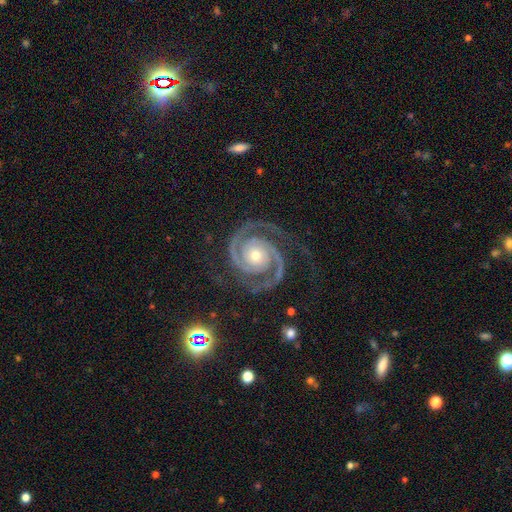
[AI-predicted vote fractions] Smooth or featured? Predicted: featured or disk (p=0.94). Edge-on disk? Predicted: no (p=0.98). Bar? Predicted: no (p=0.78). Spiral arms? Predicted: yes (p=0.99). Spiral winding? Predicted: tight (p=0.65). Spiral arm count? Predicted: 2 (p=0.92). Bulge size? Predicted: moderate (p=0.50). Merging? Predicted: none (p=0.80).